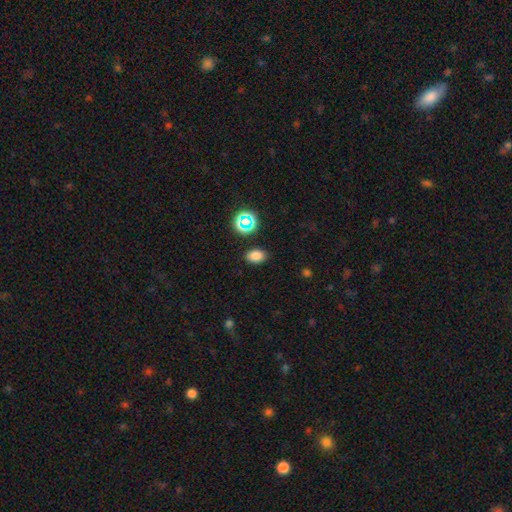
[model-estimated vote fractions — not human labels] Overall: smooth (78%). How rounded: in between (81%). Merging: none (86%).